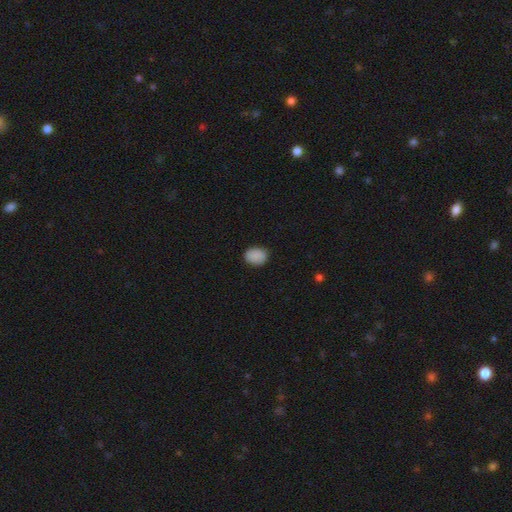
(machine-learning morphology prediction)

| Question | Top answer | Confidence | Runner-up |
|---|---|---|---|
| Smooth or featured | smooth | 88% | star or artifact (8%) |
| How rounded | in between | 57% | round (42%) |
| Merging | none | 84% | minor disturbance (12%) |